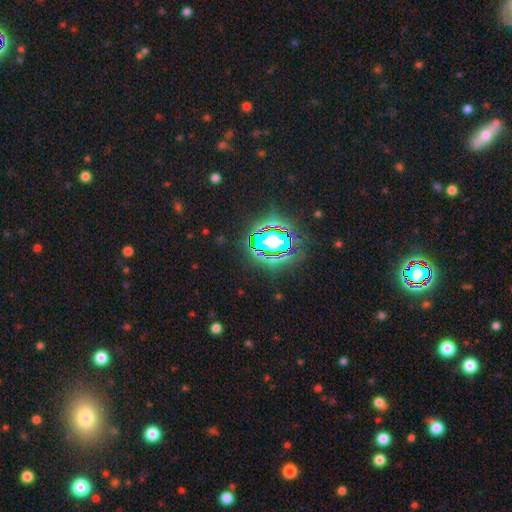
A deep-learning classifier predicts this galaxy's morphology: A star or artifact, not a galaxy (80%).